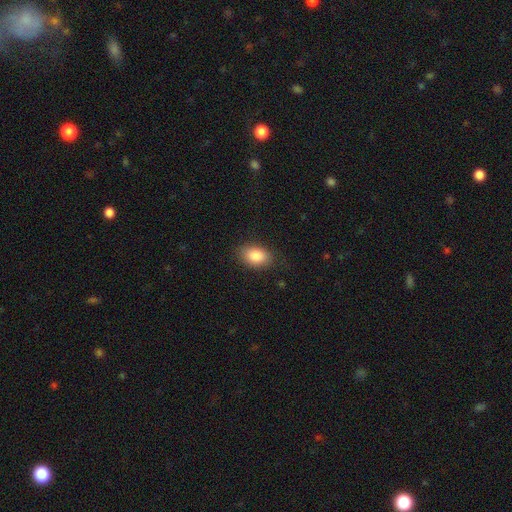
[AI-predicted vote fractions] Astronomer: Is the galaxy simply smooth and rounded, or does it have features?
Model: smooth — 86%.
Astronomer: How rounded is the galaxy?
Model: in between — 87%.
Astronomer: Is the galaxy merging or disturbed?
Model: none — 82%.